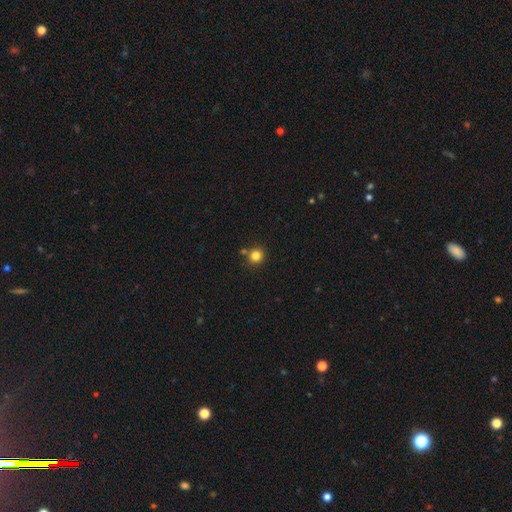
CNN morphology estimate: A smooth galaxy with no disk features (82%) that is round (91%). Merging: none (81%).